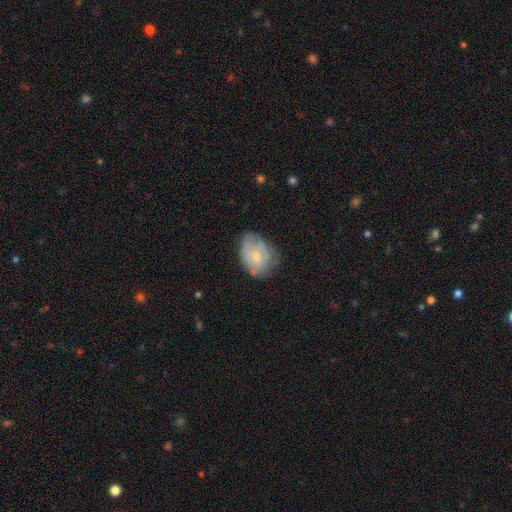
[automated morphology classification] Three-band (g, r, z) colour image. It shows a smooth galaxy with no disk features (47%). Merging: none (55%).